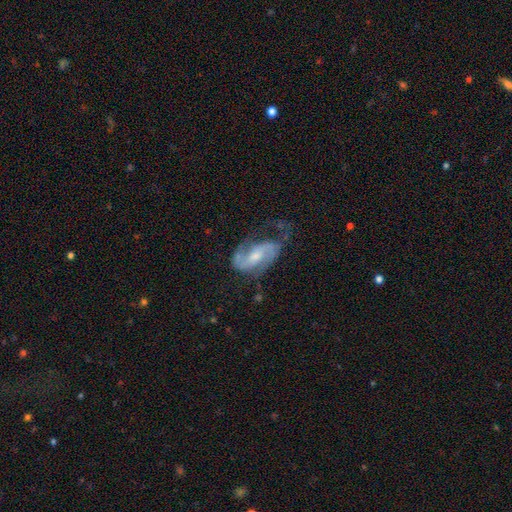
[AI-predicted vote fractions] This is clearly a featured or disk galaxy (83%). It is clearly not viewed edge-on (96%). Bar: marginally weak (44%). Spiral arm pattern: clearly yes (95%). Spiral arm count: clearly 2 (86%). Spiral winding: possibly medium (48%). Central bulge: possibly moderate (48%). Merging: possibly none (50%).